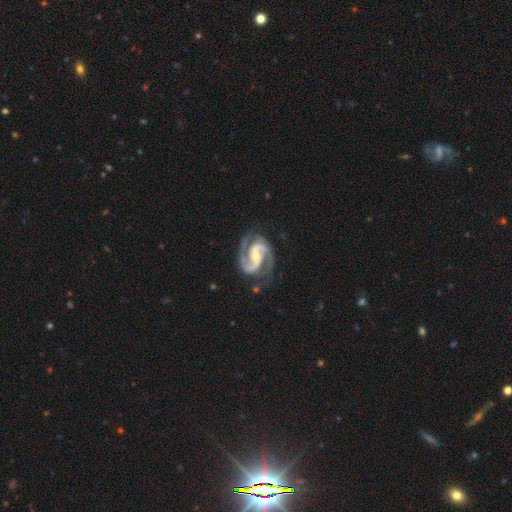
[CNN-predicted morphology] A featured or disk galaxy (94%) with a weak bar (41%), 2 (94%) medium (63%) spiral arms (99%) and a moderate central bulge (49%).

Vote fractions:
- Smooth or featured? featured or disk: 94% / star or artifact: 3% / smooth: 2%
- Edge-on disk? no: 98% / yes: 2%
- Bar? weak: 41% / strong: 37% / no: 23%
- Spiral arms? yes: 99% / no: 1%
- Spiral winding? medium: 63% / tight: 27% / loose: 10%
- Spiral arm count? 2: 94% / 3: 2% / can't tell: 1% / 1: 1% / 4: 1% / more than 4: 1%
- Bulge size? moderate: 49% / small: 44% / large: 3% / none: 3% / dominant: 1%
- Merging? none: 78% / minor disturbance: 15% / major disturbance: 5% / merger: 2%